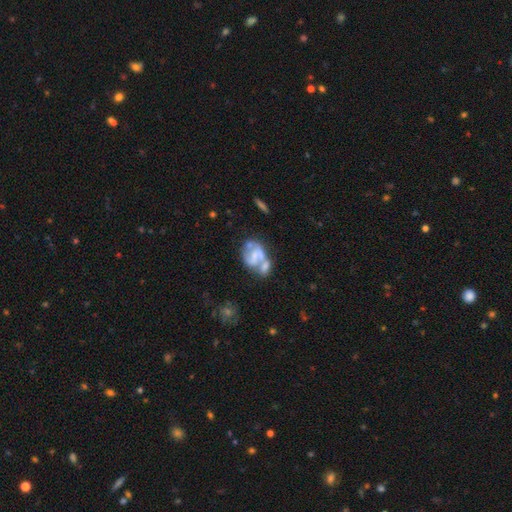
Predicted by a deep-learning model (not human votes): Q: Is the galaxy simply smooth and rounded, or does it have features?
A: featured or disk — 60%.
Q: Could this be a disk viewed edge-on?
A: no — 97%.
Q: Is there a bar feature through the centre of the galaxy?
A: no — 59%.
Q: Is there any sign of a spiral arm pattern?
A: no — 57%.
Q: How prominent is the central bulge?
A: none — 41%.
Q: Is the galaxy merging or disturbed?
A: merger — 44%.